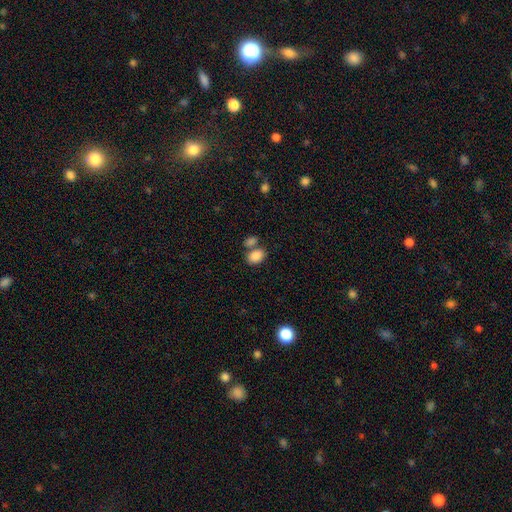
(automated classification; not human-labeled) Morphology: type=smooth (86%); roundness=in between (79%); merging=none (52%).